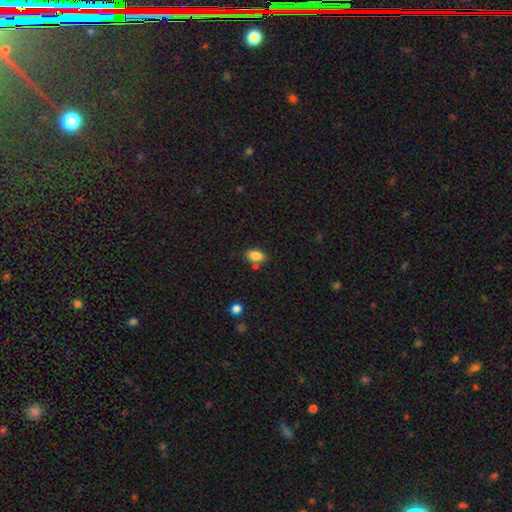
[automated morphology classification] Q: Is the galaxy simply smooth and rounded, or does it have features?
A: smooth — 85%.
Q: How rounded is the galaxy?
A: in between — 89%.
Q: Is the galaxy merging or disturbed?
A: none — 74%.